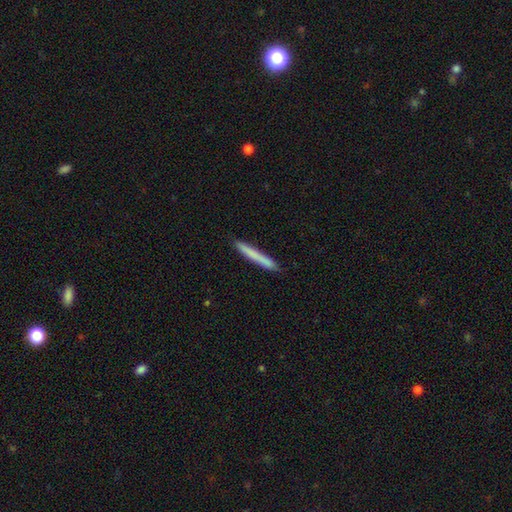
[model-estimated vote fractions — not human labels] This appears to be a smooth galaxy with no disk features (74%) that is cigar-shaped (97%). Merging: none (91%).